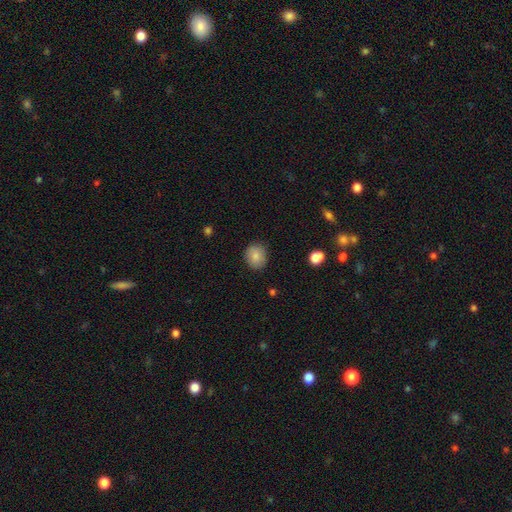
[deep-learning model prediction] Overall: smooth (84%). How rounded: round (66%; in between 33%). Merging: none (86%).